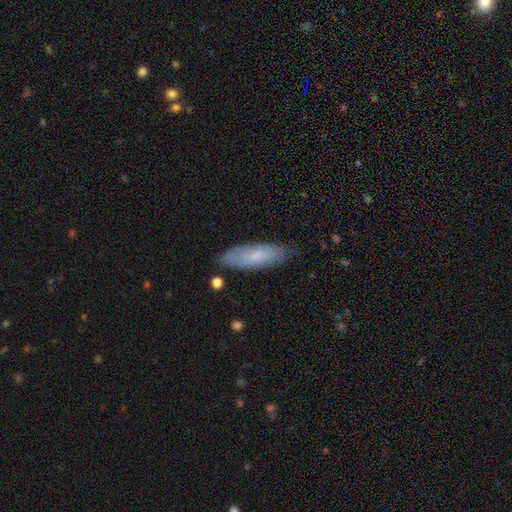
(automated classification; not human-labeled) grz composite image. It shows a smooth galaxy with no disk features (67%) that is in between round and cigar-shaped (50%). Merging: none (77%).